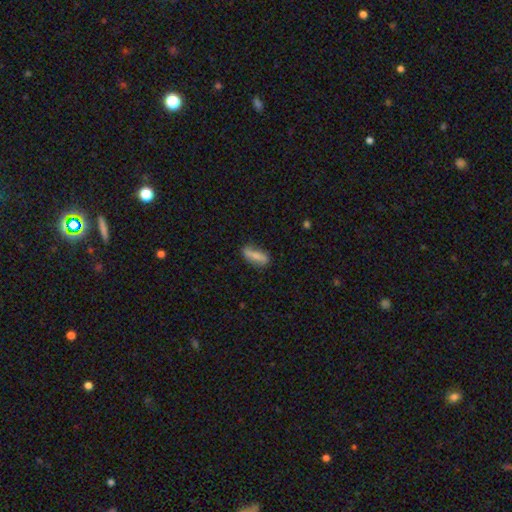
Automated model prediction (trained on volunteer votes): This appears to be a smooth galaxy with no disk features (65%) that is in between round and cigar-shaped (60%). Merging: none (65%).